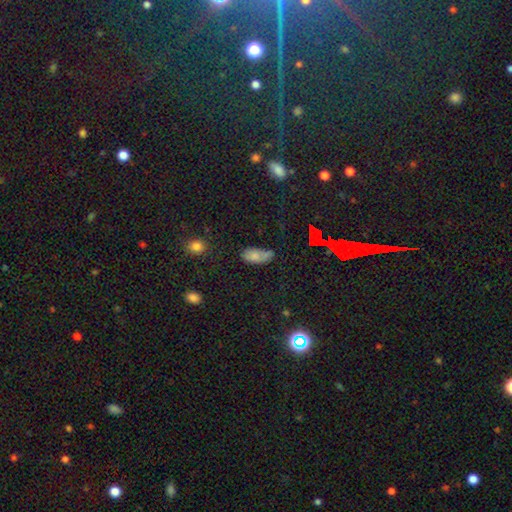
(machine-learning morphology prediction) Smooth or featured? smooth (74%)
How rounded? in between (89%)
Merging? none (47%)